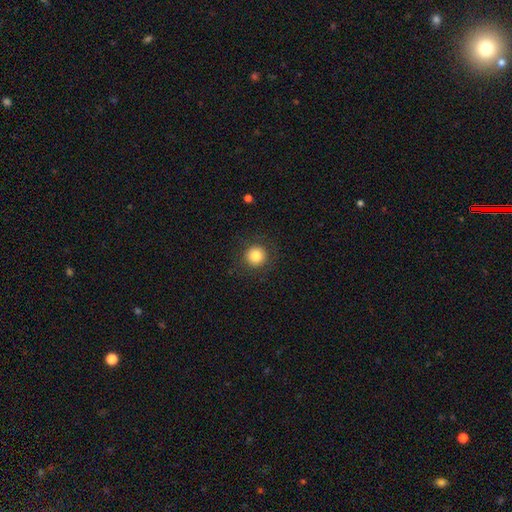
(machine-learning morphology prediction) smooth_or_featured: smooth (p=0.83) [alt: star or artifact p=0.10]
how_rounded: round (p=0.95) [alt: in between p=0.05]
merging: none (p=0.88) [alt: minor disturbance p=0.07]